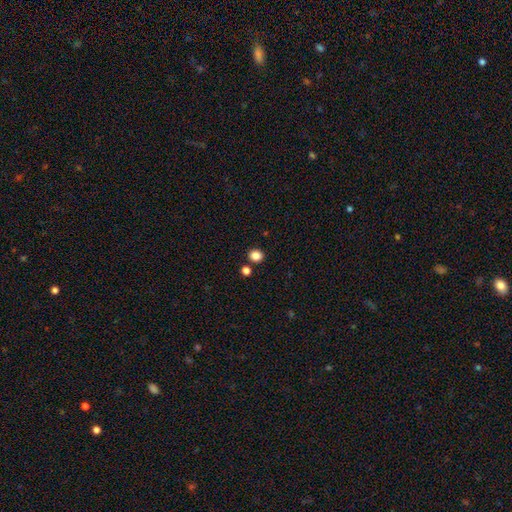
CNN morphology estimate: A smooth galaxy with no disk features (85%) that is round (77%). Merging: none (85%).